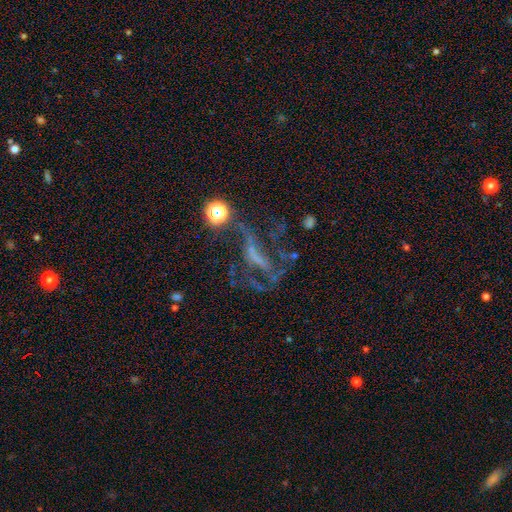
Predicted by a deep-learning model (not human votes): This is possibly a featured or disk galaxy (55%). It is clearly not viewed edge-on (87%). Merging: marginally major disturbance (40%).